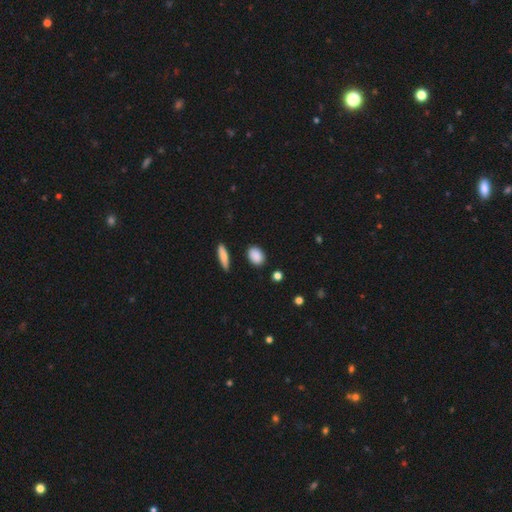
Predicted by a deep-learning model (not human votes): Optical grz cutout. It shows a smooth galaxy with no disk features (88%) that is in between round and cigar-shaped (70%). Merging: none (86%).